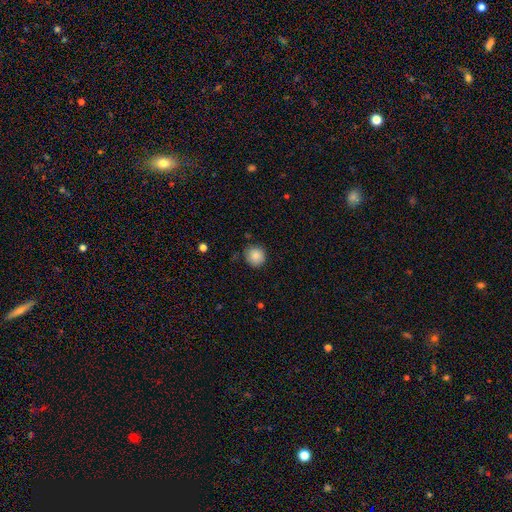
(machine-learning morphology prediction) Smooth or featured? smooth (86%)
How rounded? round (91%)
Merging? none (83%)